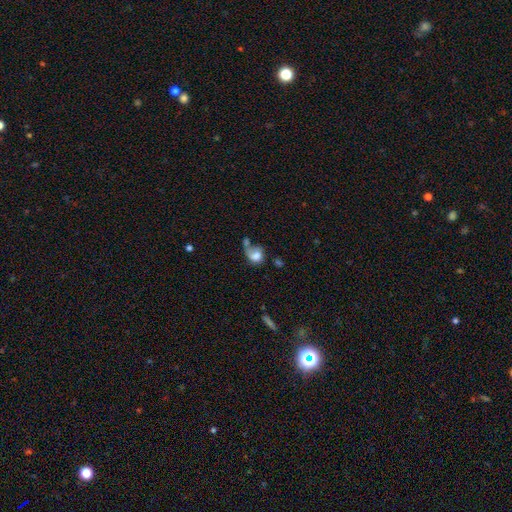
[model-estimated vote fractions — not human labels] smooth-or-featured: smooth: 70% | featured or disk: 20% | star or artifact: 10%
  how-rounded: round: 51% | in between: 47% | cigar-shaped: 1%
  merging: merger: 28% | none: 26% | major disturbance: 26% | minor disturbance: 20%